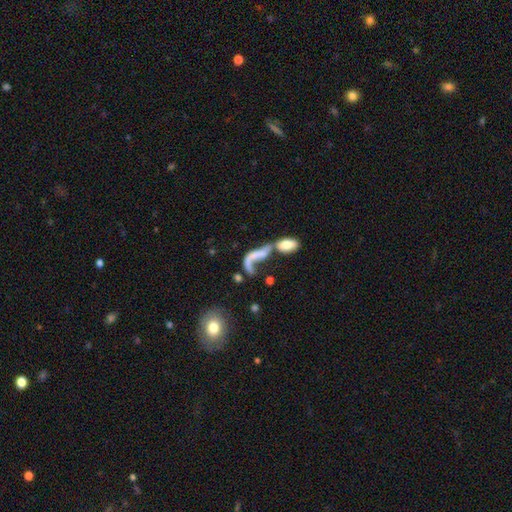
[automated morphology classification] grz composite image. It shows a featured or disk galaxy (57%) with no bar (62%), spiral arms (63%) and no central bulge (54%). Merging: merger (54%).